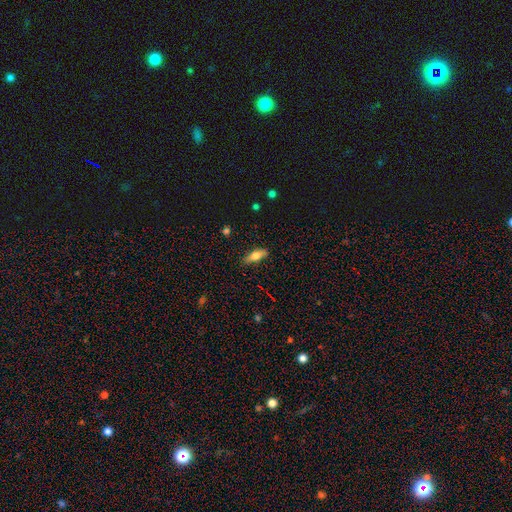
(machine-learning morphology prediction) This appears to be a smooth galaxy with no disk features (71%) that is in between round and cigar-shaped (61%). Merging: none (84%).